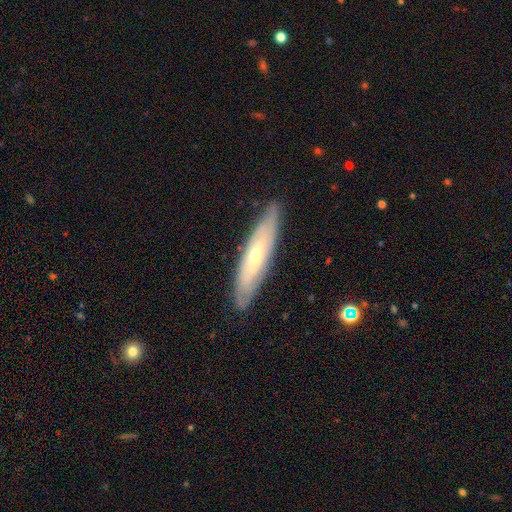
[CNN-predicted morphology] Smooth or featured? featured or disk (70%)
Edge-on disk? no (59%)
Merging? none (84%)